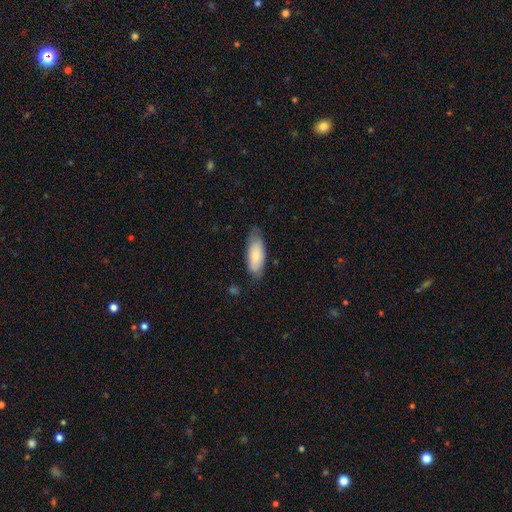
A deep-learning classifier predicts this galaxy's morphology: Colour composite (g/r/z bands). It shows a smooth galaxy with no disk features (80%) that is in between round and cigar-shaped (82%). Merging: none (70%).